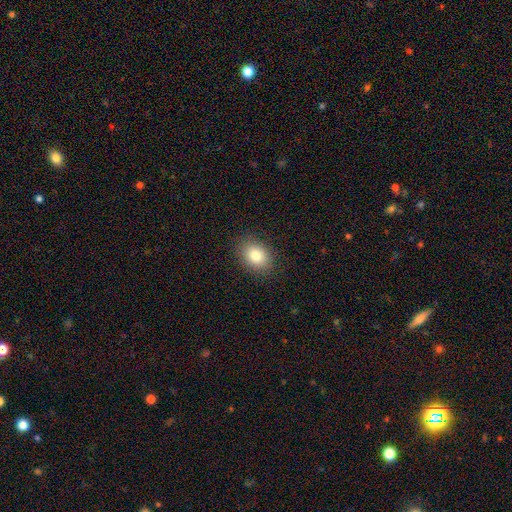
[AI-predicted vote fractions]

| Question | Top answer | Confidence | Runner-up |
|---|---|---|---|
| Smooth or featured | smooth | 81% | star or artifact (10%) |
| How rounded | in between | 61% | round (38%) |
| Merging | none | 88% | minor disturbance (9%) |